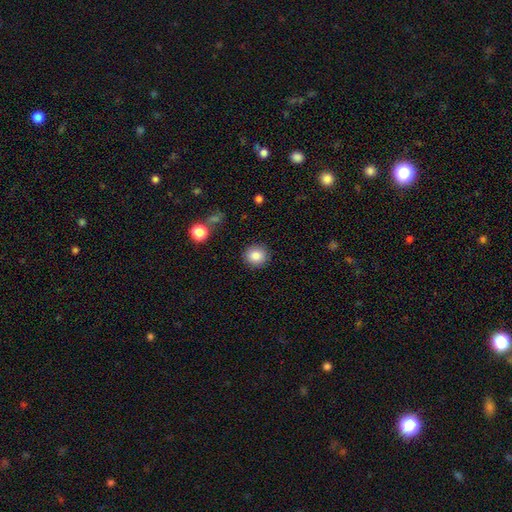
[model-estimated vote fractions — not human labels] The model was most divided on "smooth or featured": smooth: 85%, star or artifact: 9%, featured or disk: 6%. More confident: merging — none (89%); how rounded — round (89%).